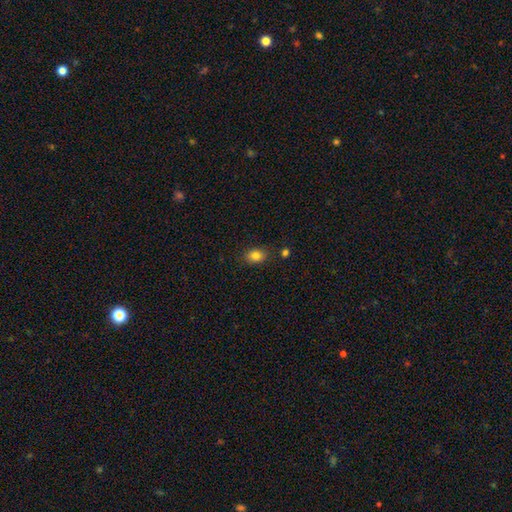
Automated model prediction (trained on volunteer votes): smooth 83%, star or artifact 11%, featured or disk 6%. Down the decision tree: how rounded — in between (58%); merging — none (81%).